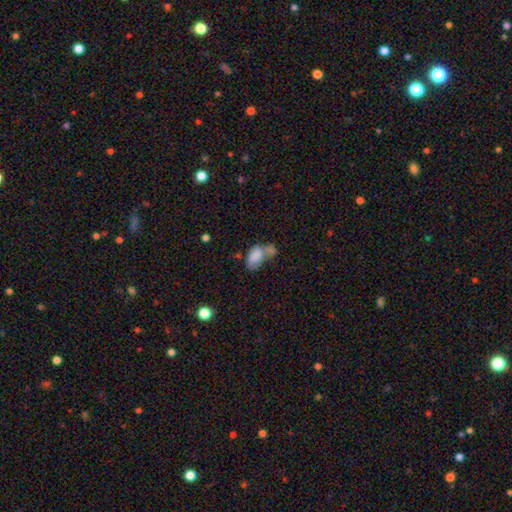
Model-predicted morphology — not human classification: Overall: smooth (79%). How rounded: in between (91%). Merging: merger (54%; none 22%).